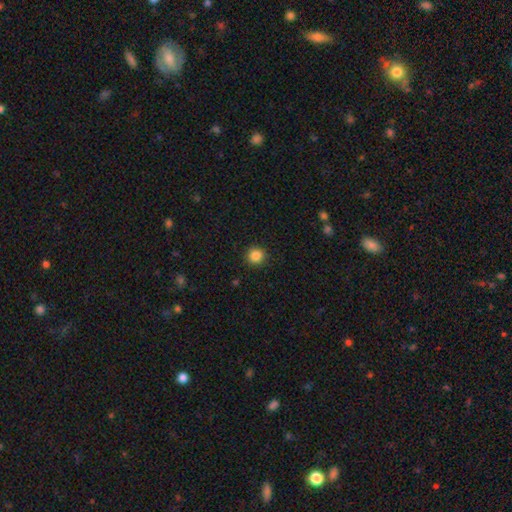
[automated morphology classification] A smooth galaxy with no disk features (86%) that is round (93%). Merging: none (91%).